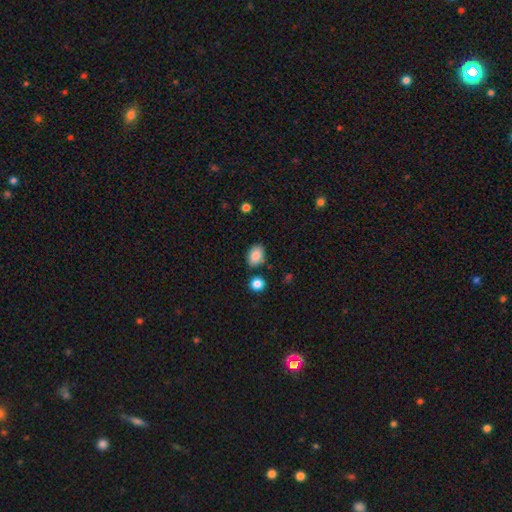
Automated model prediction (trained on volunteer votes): A smooth galaxy with no disk features (86%) that is in between round and cigar-shaped (81%). Merging: none (81%).